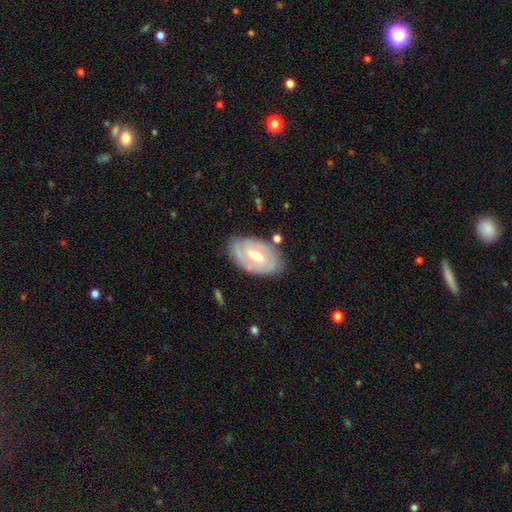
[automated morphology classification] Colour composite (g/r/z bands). It shows a featured or disk galaxy (70%) with a weak bar (48%), spiral arms (64%) and a moderate central bulge (69%). Merging: none (78%).